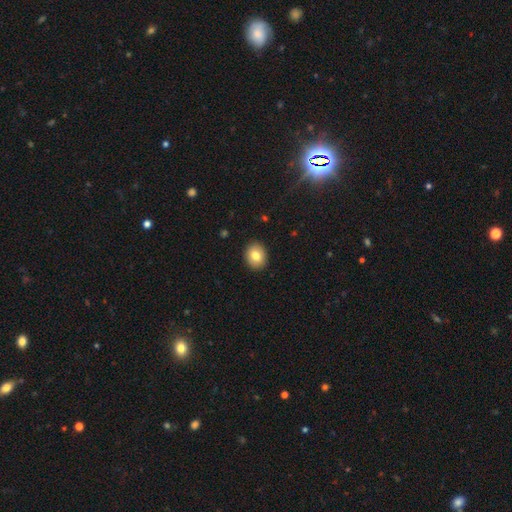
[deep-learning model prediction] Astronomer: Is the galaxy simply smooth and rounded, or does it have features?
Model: smooth — 81%.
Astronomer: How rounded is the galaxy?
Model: round — 53% (runner-up: in between, 46%).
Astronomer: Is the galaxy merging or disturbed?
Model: none — 91%.